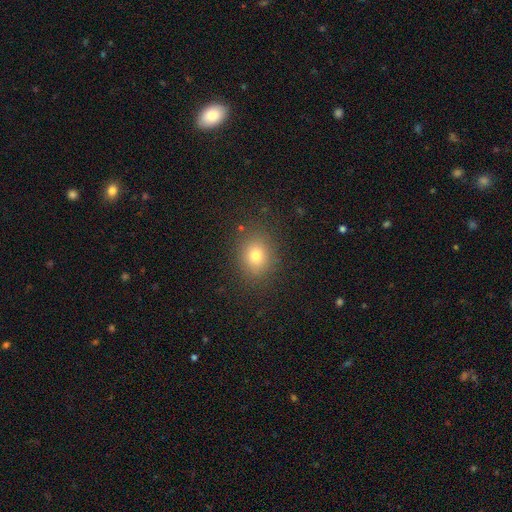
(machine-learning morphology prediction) smooth-or-featured: smooth: 75% | star or artifact: 15% | featured or disk: 9%
  how-rounded: round: 60% | in between: 39% | cigar-shaped: 1%
  merging: none: 86% | minor disturbance: 9% | major disturbance: 3% | merger: 1%